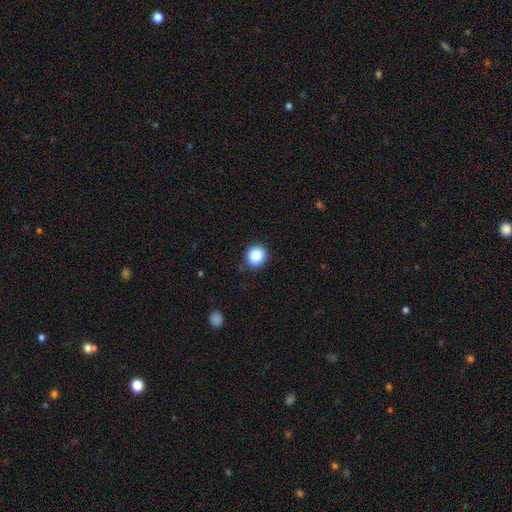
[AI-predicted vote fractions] A smooth galaxy with no disk features (88%) that is round (89%). Merging: none (88%).